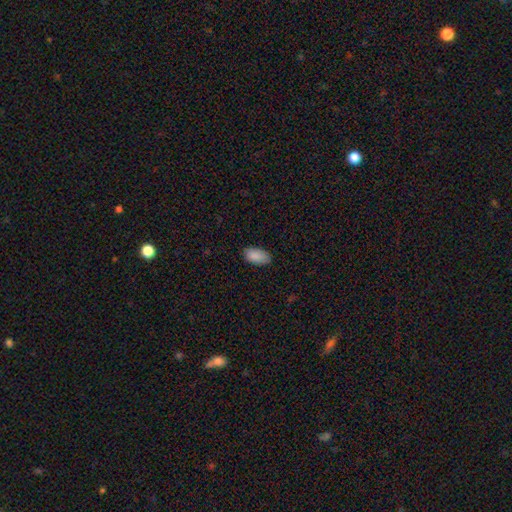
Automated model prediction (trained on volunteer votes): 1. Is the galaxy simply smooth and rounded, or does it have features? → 89% smooth, 7% star or artifact, 4% featured or disk.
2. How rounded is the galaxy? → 95% in between, 3% round, 2% cigar-shaped.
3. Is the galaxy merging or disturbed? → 81% none, 15% minor disturbance, 3% major disturbance, 1% merger.